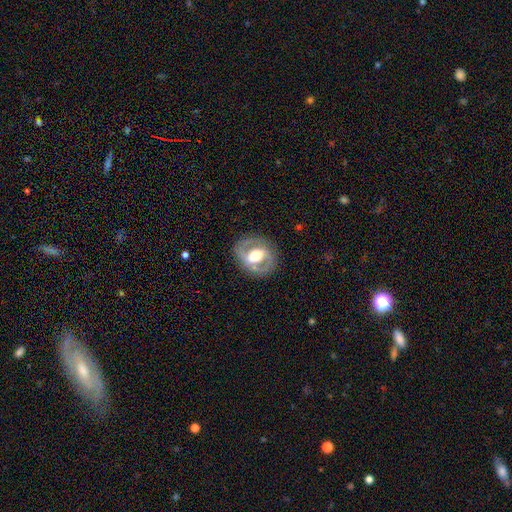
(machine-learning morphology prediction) type=featured or disk (75%); edge-on=no (96%); bar=weak (37%); spiral arms=yes (65%); bulge=moderate (63%); merging=none (82%).